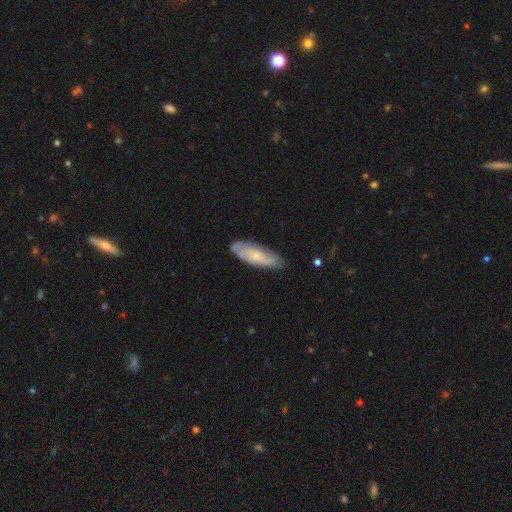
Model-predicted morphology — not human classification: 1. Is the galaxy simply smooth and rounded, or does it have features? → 49% featured or disk, 45% smooth, 6% star or artifact.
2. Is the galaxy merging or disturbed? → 74% none, 20% minor disturbance, 4% major disturbance, 2% merger.